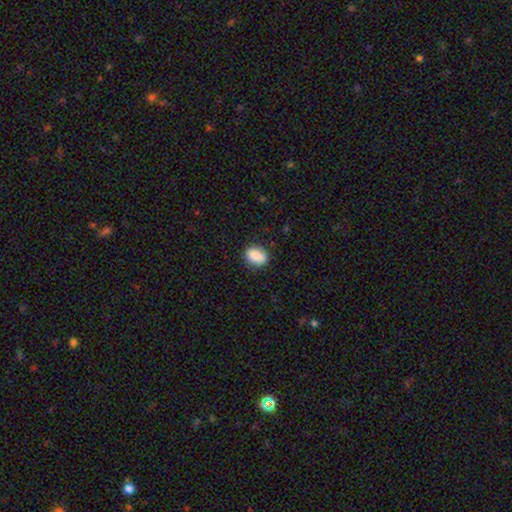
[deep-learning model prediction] This appears to be a smooth galaxy with no disk features (87%) that is in between round and cigar-shaped (75%). Merging: none (83%).